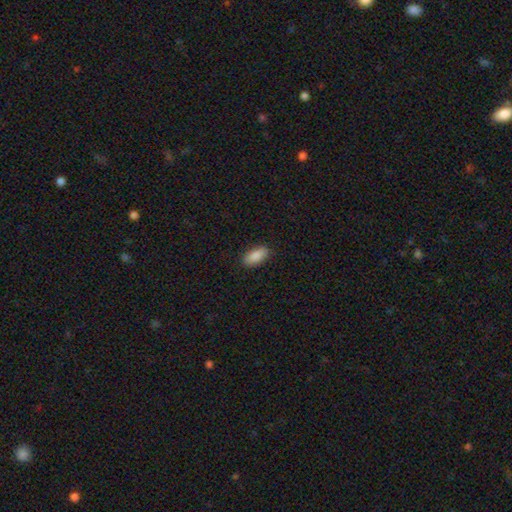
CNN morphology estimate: smooth 89%, star or artifact 6%, featured or disk 5%. Down the decision tree: how rounded — in between (89%); merging — none (89%).